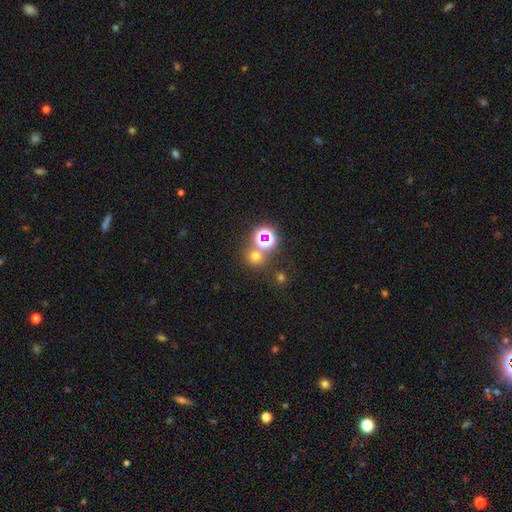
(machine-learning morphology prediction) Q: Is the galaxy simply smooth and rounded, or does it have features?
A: smooth — 57%.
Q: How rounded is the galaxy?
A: round — 87%.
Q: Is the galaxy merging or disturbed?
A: none — 70%.